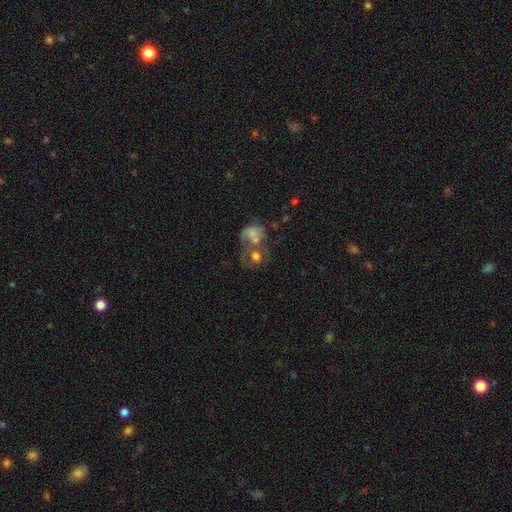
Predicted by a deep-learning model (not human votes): smooth-or-featured: smooth: 45% | featured or disk: 42% | star or artifact: 13%
  merging: merger: 57% | none: 20% | major disturbance: 14% | minor disturbance: 9%